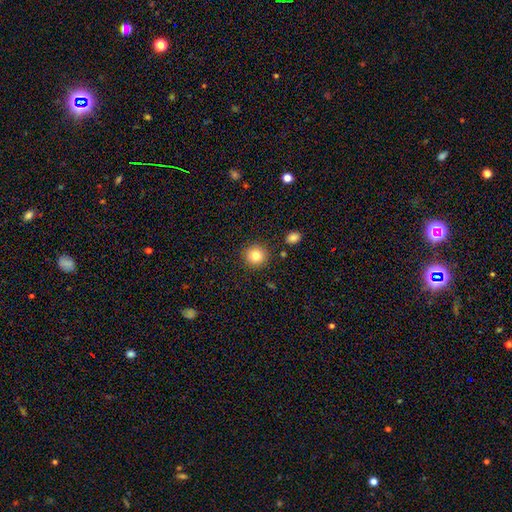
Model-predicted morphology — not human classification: type=smooth (82%); roundness=round (94%); merging=none (90%).